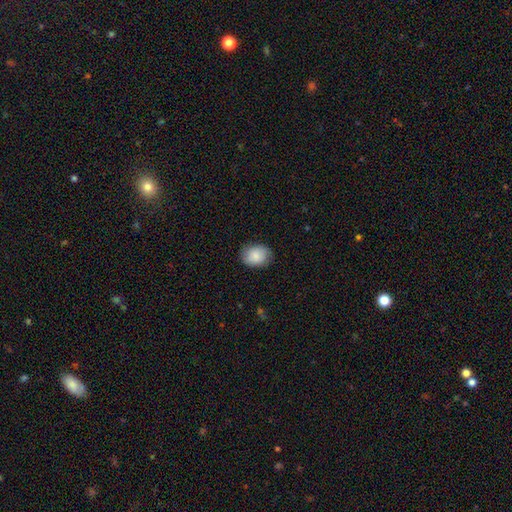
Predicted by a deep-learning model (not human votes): A smooth galaxy with no disk features (86%) that is in between round and cigar-shaped (66%). Merging: none (82%).